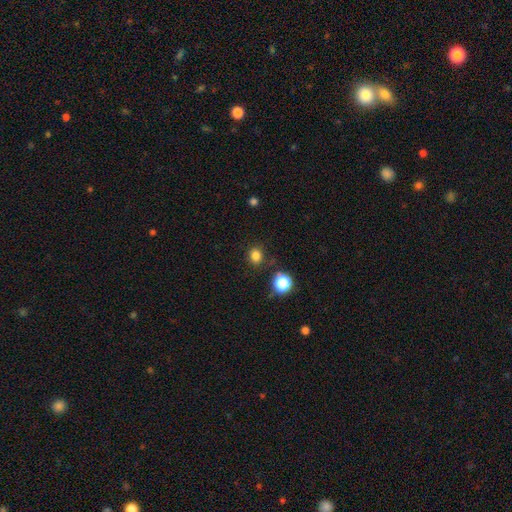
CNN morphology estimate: Overall: smooth (82%). How rounded: round (71%). Merging: none (84%).